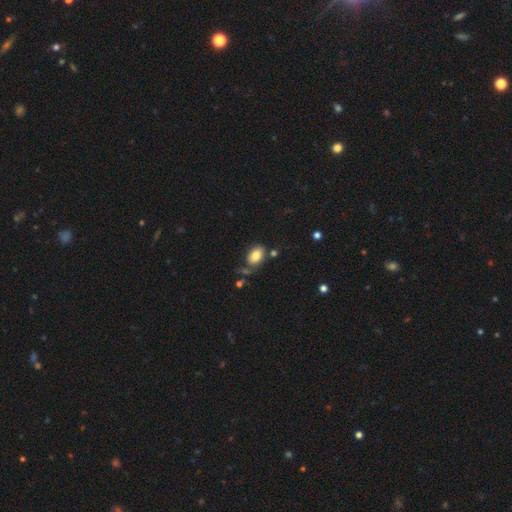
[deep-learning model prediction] Overall: smooth (82%). How rounded: in between (88%). Merging: none (67%).